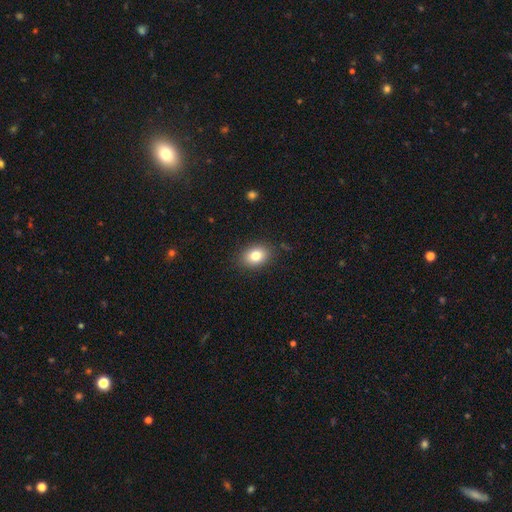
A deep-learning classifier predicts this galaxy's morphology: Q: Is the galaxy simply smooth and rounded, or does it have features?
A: smooth — 81%.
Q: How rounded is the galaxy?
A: in between — 71%.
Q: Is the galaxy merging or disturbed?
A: none — 86%.